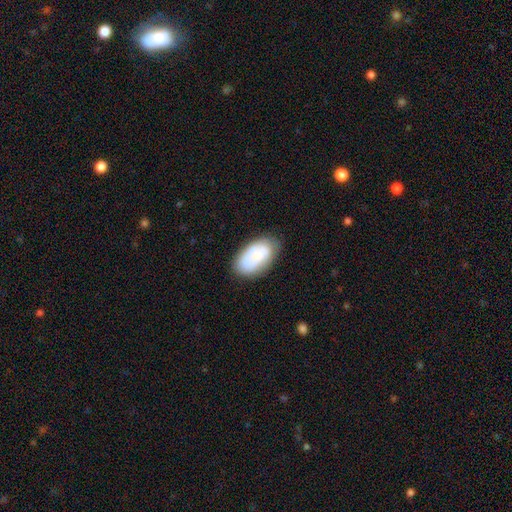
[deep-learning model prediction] smooth 70%, featured or disk 22%, star or artifact 7%. Down the decision tree: how rounded — in between (94%); merging — none (68%).